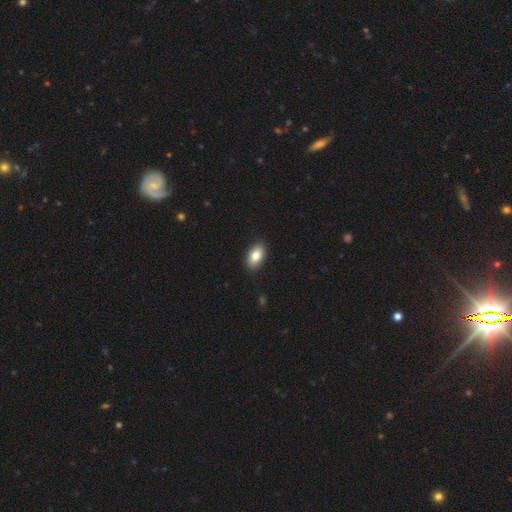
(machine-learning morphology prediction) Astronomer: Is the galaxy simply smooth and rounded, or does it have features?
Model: smooth — 82%.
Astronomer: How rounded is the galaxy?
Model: in between — 91%.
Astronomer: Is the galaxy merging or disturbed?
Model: none — 89%.